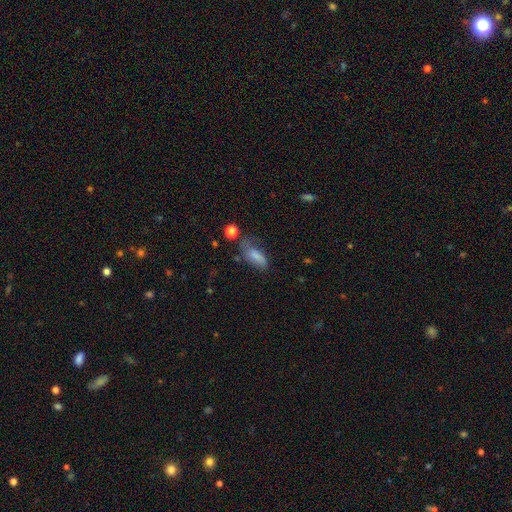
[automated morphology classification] A smooth galaxy with no disk features (76%) that is in between round and cigar-shaped (79%). Merging: none (42%).